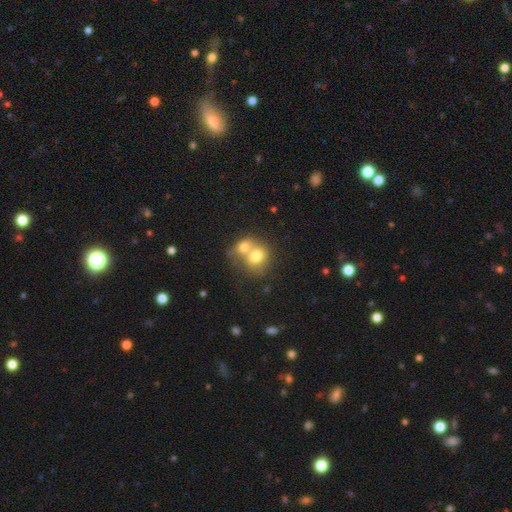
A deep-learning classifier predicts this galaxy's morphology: Q: Smooth or featured?
A: smooth (70%); runner-up: featured or disk (20%)
Q: How rounded?
A: round (69%); runner-up: in between (30%)
Q: Merging?
A: merger (66%); runner-up: none (24%)